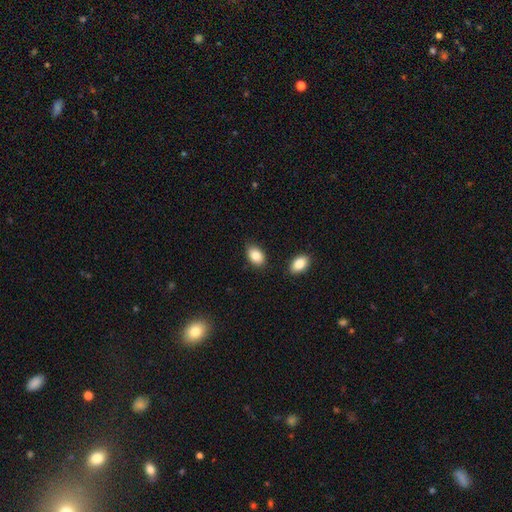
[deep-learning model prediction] Smooth or featured: smooth — 86% (star or artifact — 7%)
How rounded: in between — 89% (round — 10%)
Merging: none — 83% (minor disturbance — 11%)